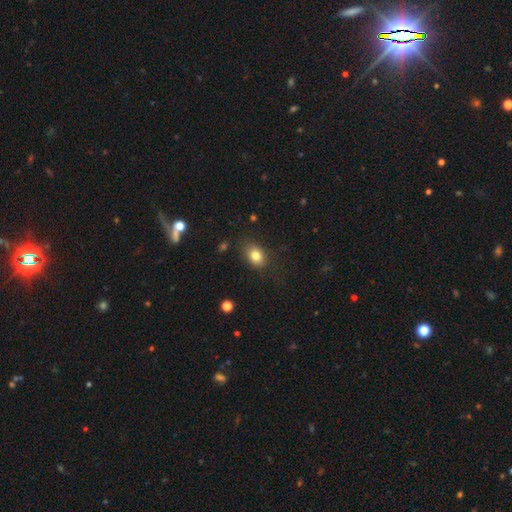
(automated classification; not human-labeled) This appears to be a smooth galaxy with no disk features (81%) that is in between round and cigar-shaped (67%). Merging: none (76%).